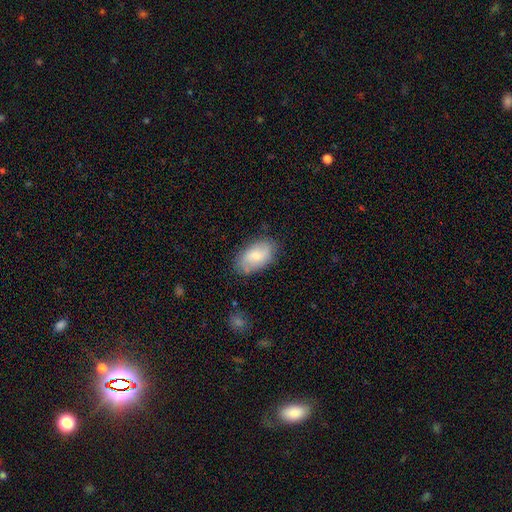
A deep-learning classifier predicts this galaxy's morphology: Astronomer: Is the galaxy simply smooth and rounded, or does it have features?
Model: smooth — 65%.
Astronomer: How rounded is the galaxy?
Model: in between — 93%.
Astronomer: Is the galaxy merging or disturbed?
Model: none — 76%.